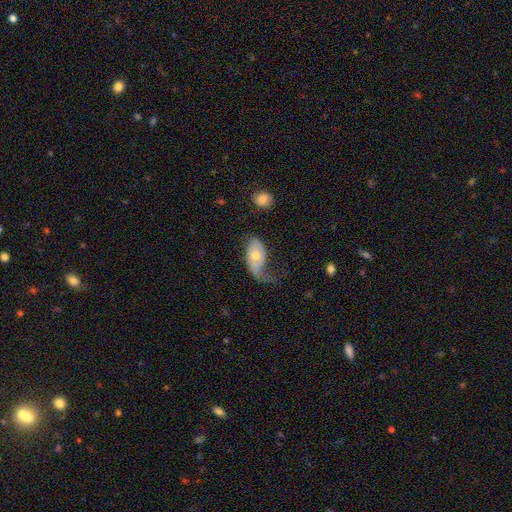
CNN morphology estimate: Q: Smooth or featured?
A: featured or disk (50%); runner-up: smooth (44%)
Q: Merging?
A: major disturbance (46%); runner-up: minor disturbance (25%)